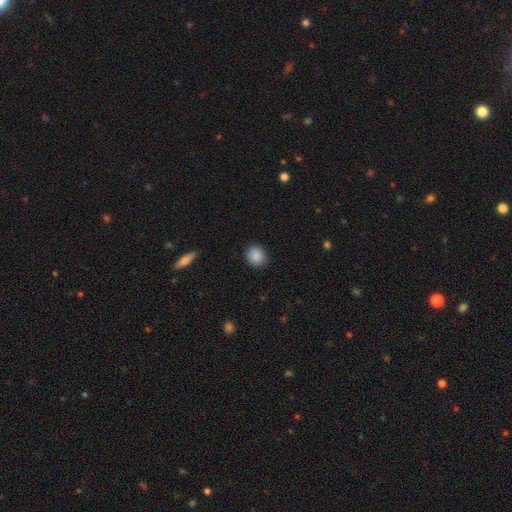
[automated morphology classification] This is clearly a smooth galaxy (88%). How rounded: likely round (67%). Merging: clearly none (87%).